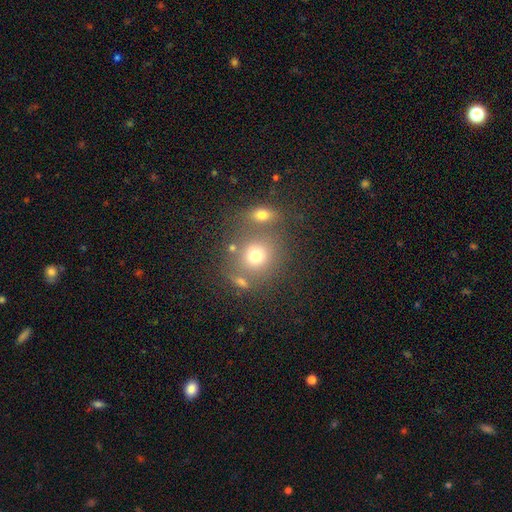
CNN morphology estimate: Q: Smooth or featured?
A: smooth (72%); runner-up: star or artifact (15%)
Q: How rounded?
A: round (82%); runner-up: in between (16%)
Q: Merging?
A: none (59%); runner-up: merger (24%)